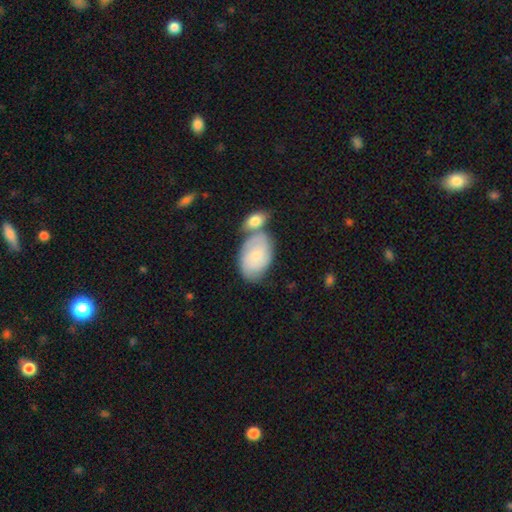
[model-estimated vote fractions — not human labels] A smooth galaxy with no disk features (51%) that is in between round and cigar-shaped (89%).

Vote fractions:
- Smooth or featured? smooth: 51% / featured or disk: 42% / star or artifact: 6%
- How rounded? in between: 89% / round: 9% / cigar-shaped: 2%
- Merging? none: 43% / merger: 34% / minor disturbance: 17% / major disturbance: 5%